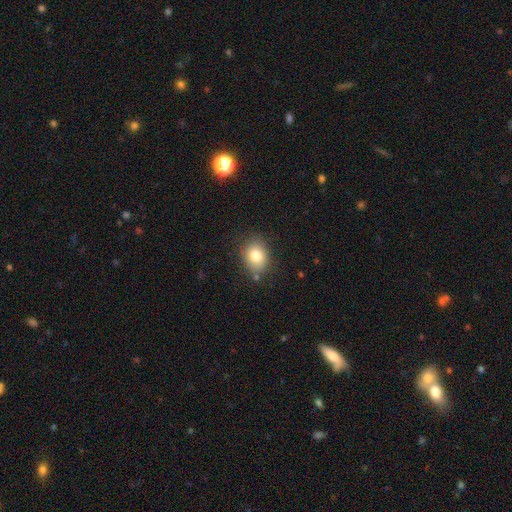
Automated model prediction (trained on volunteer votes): A smooth galaxy with no disk features (81%) that is in between round and cigar-shaped (57%).

Vote fractions:
- Smooth or featured? smooth: 81% / featured or disk: 10% / star or artifact: 10%
- How rounded? in between: 57% / round: 42% / cigar-shaped: 1%
- Merging? none: 78% / minor disturbance: 15% / major disturbance: 4% / merger: 3%